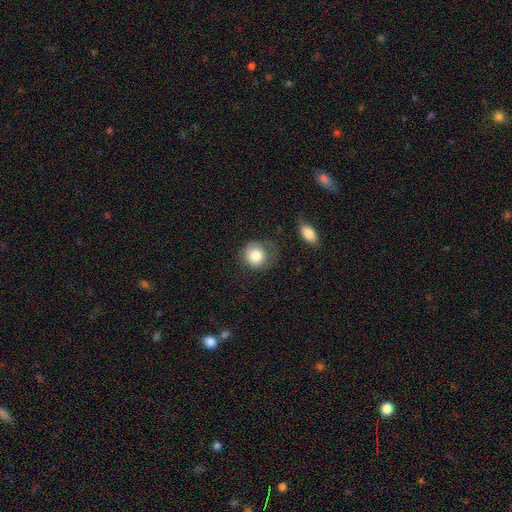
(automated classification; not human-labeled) smooth-or-featured: smooth: 80% | featured or disk: 12% | star or artifact: 8%
  how-rounded: round: 85% | in between: 14% | cigar-shaped: 1%
  merging: none: 51% | minor disturbance: 26% | major disturbance: 19% | merger: 4%